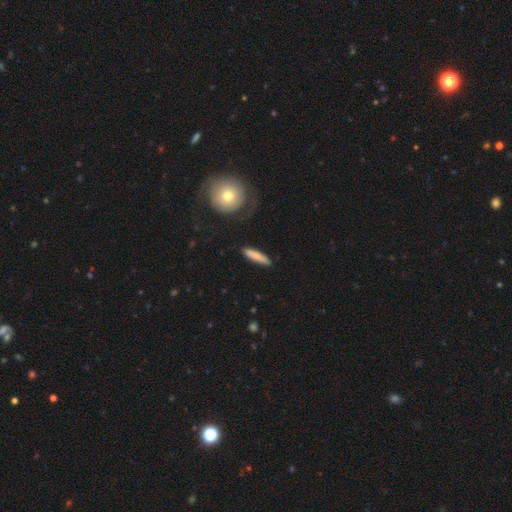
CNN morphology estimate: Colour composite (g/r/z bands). It shows a smooth galaxy with no disk features (77%) that is cigar-shaped (87%). Merging: none (84%).